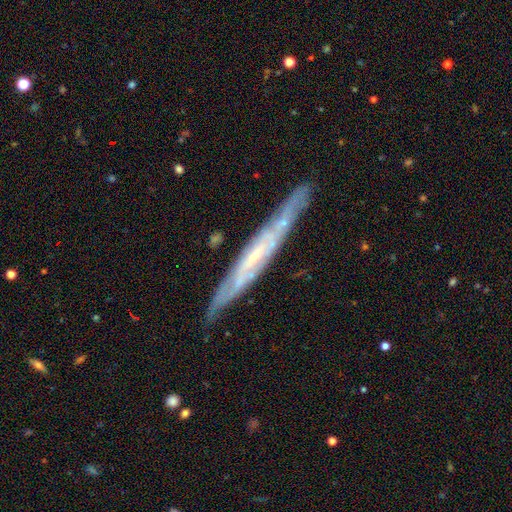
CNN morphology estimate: smooth-or-featured: featured or disk: 77% | smooth: 16% | star or artifact: 7%
  disk-edge-on: yes: 74% | no: 26%
    edge-on-bulge: none: 71% | rounded: 22% | boxy: 7%
  merging: none: 82% | minor disturbance: 14% | major disturbance: 3% | merger: 2%